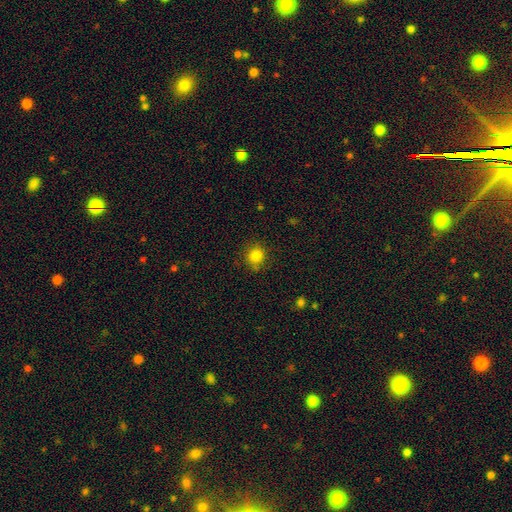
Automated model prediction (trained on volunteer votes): Smooth or featured?
  - smooth: 84% *
  - star or artifact: 12%
  - featured or disk: 5%
How rounded?
  - round: 86% *
  - in between: 13%
  - cigar-shaped: 1%
Merging?
  - none: 84% *
  - minor disturbance: 11%
  - major disturbance: 3%
  - merger: 2%